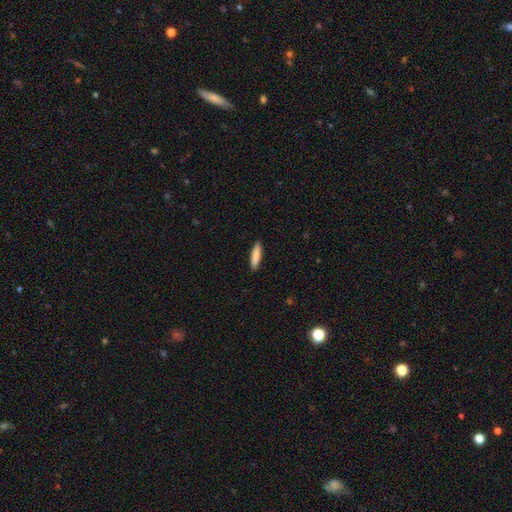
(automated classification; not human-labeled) Q: Smooth or featured?
A: smooth (85%); runner-up: featured or disk (9%)
Q: How rounded?
A: cigar-shaped (77%); runner-up: in between (21%)
Q: Merging?
A: none (90%); runner-up: minor disturbance (8%)